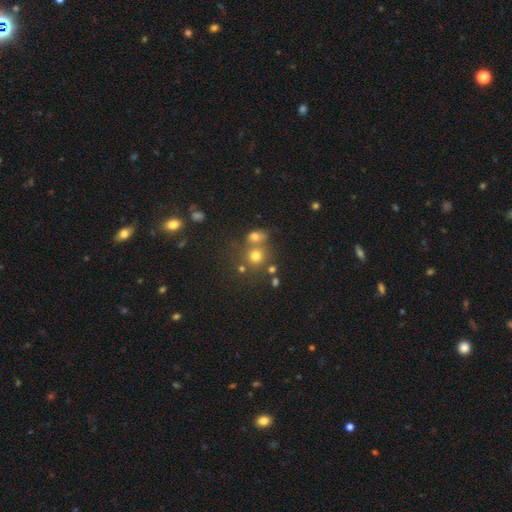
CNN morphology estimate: Smooth or featured? smooth (71%)
How rounded? round (85%)
Merging? none (54%)